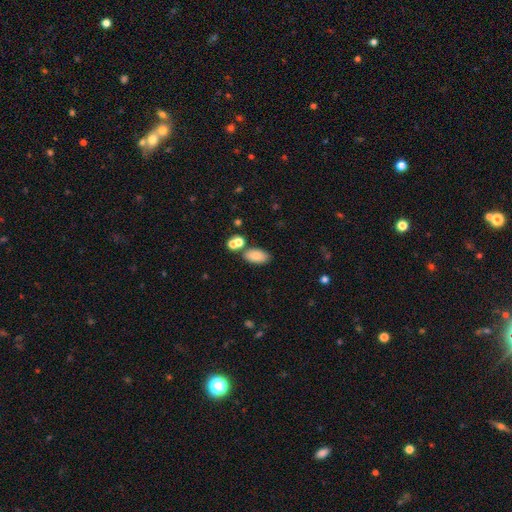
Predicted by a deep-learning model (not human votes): This is clearly a smooth galaxy (81%). How rounded: clearly in between (91%). Merging: likely none (68%).